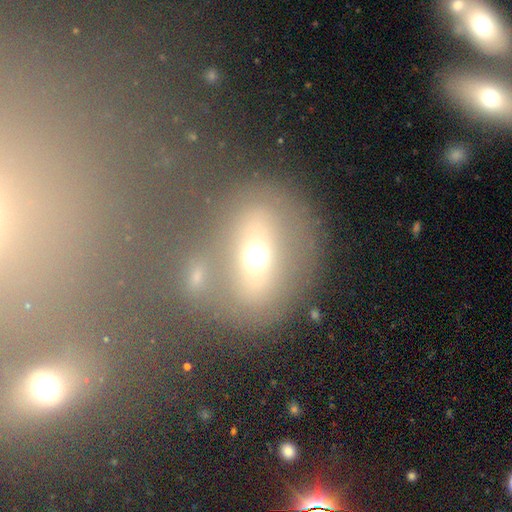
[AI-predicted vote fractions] Morphology: type=featured or disk (42%); merging=none (67%).